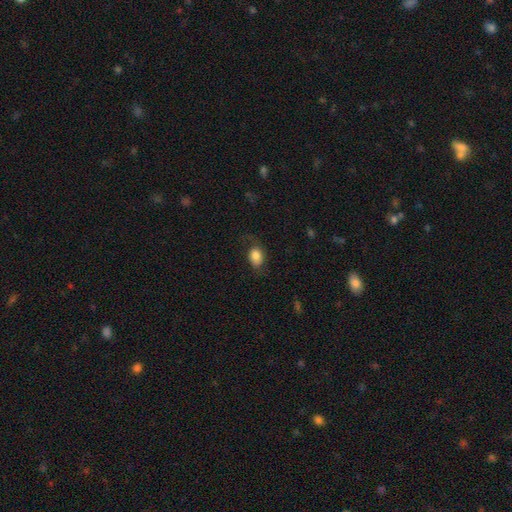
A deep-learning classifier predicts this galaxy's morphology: Overall: smooth (81%). How rounded: in between (76%). Merging: none (59%; minor disturbance 23%).